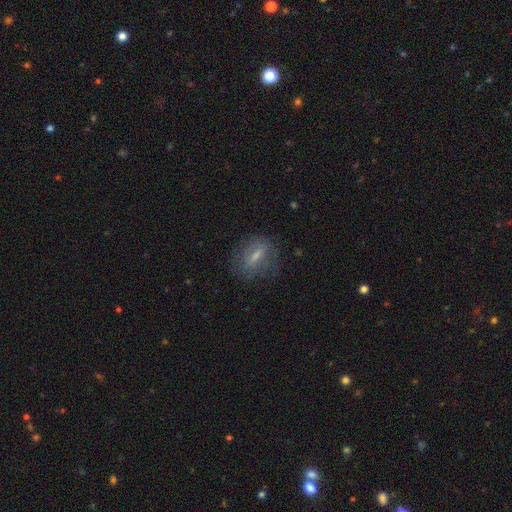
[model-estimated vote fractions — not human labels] Smooth or featured? Predicted: smooth (p=0.45). Merging? Predicted: none (p=0.76).